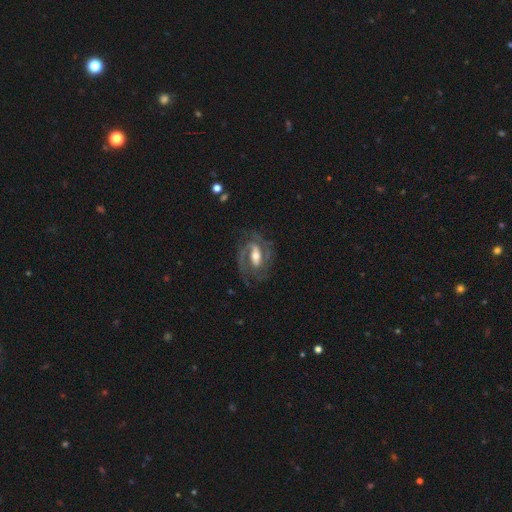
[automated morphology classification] Overall: featured or disk (86%). Edge-on disk: no (96%). Bar: strong (39%; weak 38%). Spiral arms: yes (94%). Spiral arm count: 2 (72%). Spiral winding: medium (47%; tight 40%). Bulge size: moderate (64%). Merging: none (71%).